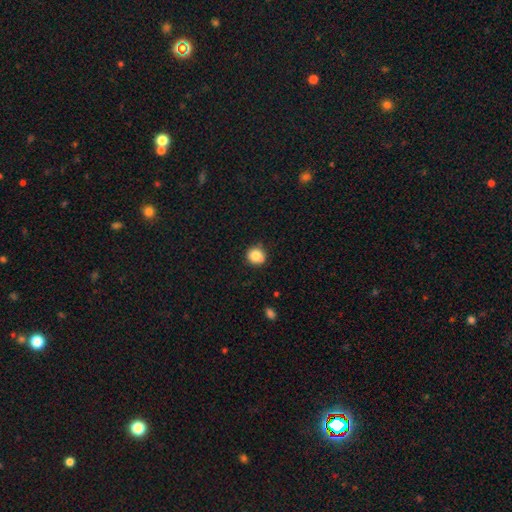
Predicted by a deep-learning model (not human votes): smooth-or-featured: smooth: 81% | star or artifact: 10% | featured or disk: 9%
  how-rounded: round: 87% | in between: 12% | cigar-shaped: 1%
  merging: none: 70% | minor disturbance: 18% | merger: 8% | major disturbance: 4%